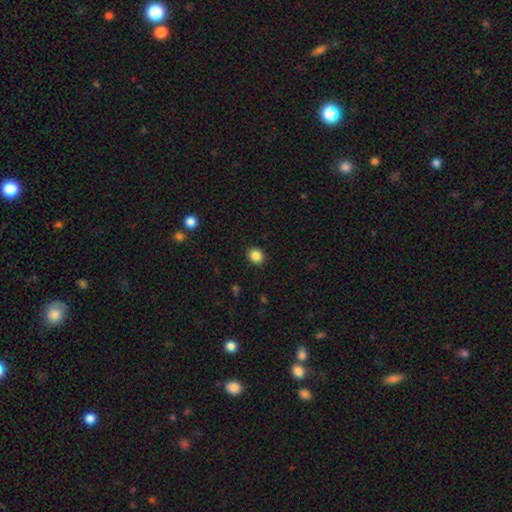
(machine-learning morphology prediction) smooth 87%, star or artifact 10%, featured or disk 4%. Down the decision tree: how rounded — round (61%); merging — none (90%).